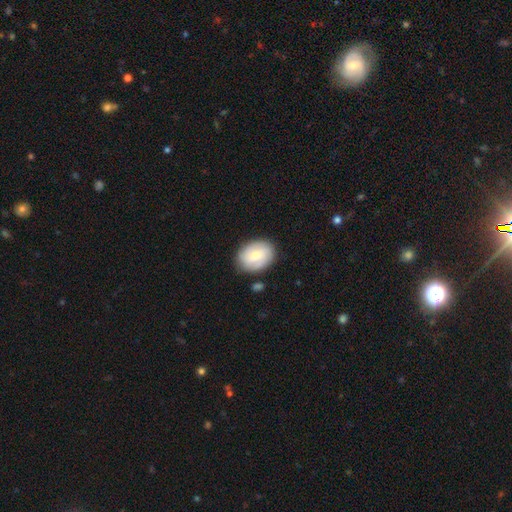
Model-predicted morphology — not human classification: smooth 58%, featured or disk 35%, star or artifact 6%. Down the decision tree: how rounded — in between (66%); merging — none (82%).